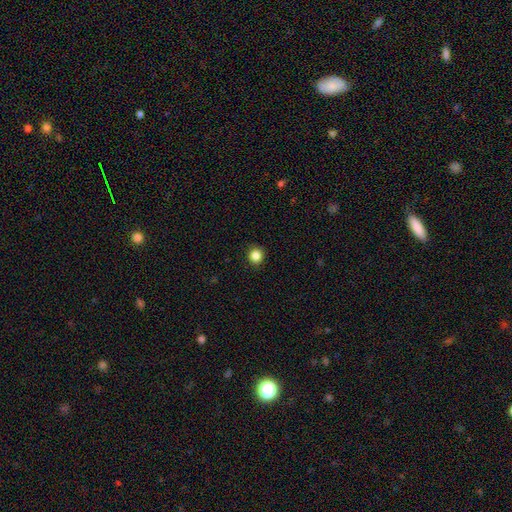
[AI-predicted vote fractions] A smooth galaxy with no disk features (86%) that is round (91%).

Vote fractions:
- Smooth or featured? smooth: 86% / star or artifact: 11% / featured or disk: 4%
- How rounded? round: 91% / in between: 8% / cigar-shaped: 1%
- Merging? none: 92% / minor disturbance: 5% / major disturbance: 2% / merger: 1%